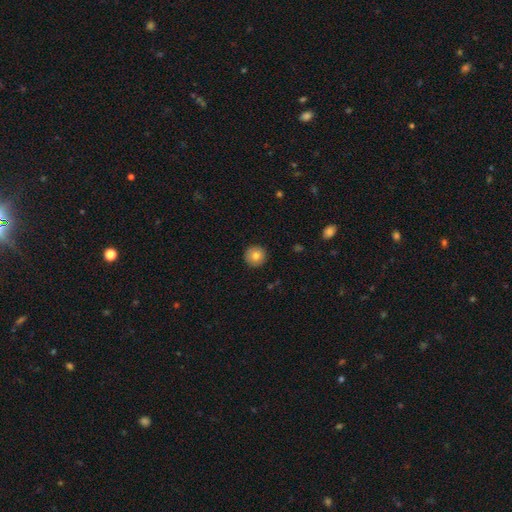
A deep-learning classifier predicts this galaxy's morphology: Overall: smooth (79%). How rounded: round (95%). Merging: none (92%).